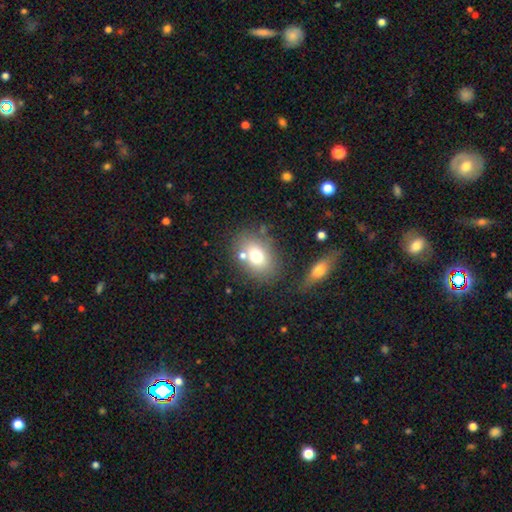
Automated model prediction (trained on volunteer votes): Overall: smooth (71%). How rounded: in between (67%; round 32%). Merging: none (67%).